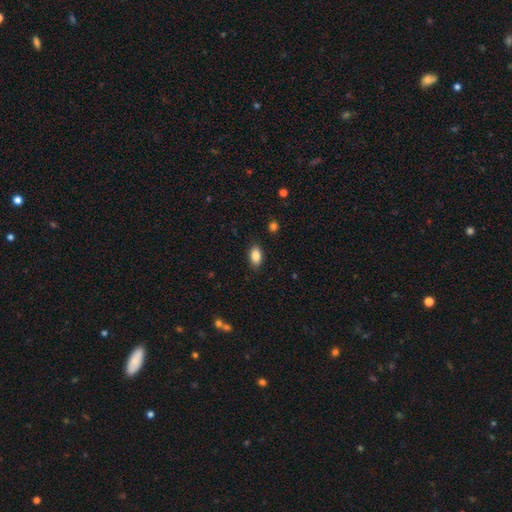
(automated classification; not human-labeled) smooth-or-featured: smooth: 87% | star or artifact: 8% | featured or disk: 6%
  how-rounded: in between: 90% | round: 7% | cigar-shaped: 2%
  merging: none: 87% | minor disturbance: 9% | major disturbance: 2% | merger: 1%